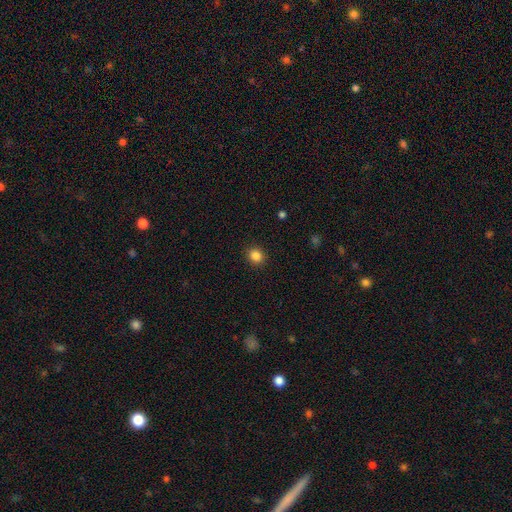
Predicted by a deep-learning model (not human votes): Smooth or featured? Predicted: smooth (p=0.86). How rounded? Predicted: round (p=0.77). Merging? Predicted: none (p=0.90).